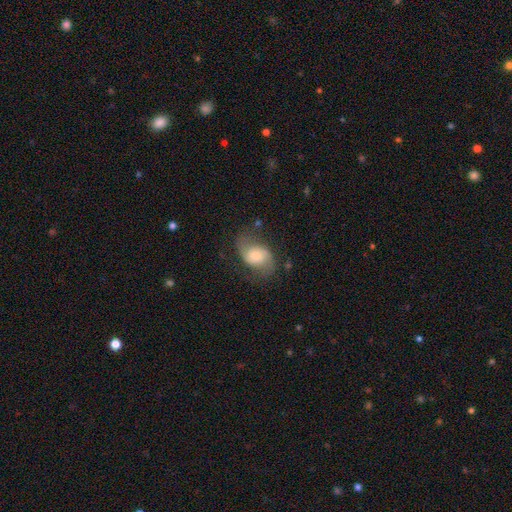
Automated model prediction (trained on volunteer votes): Morphology: type=featured or disk (60%); edge-on=no (97%); bar=no (52%); spiral arms=yes (88%); winding=loose (49%); arm count=2 (87%); bulge=moderate (46%); merging=none (58%).